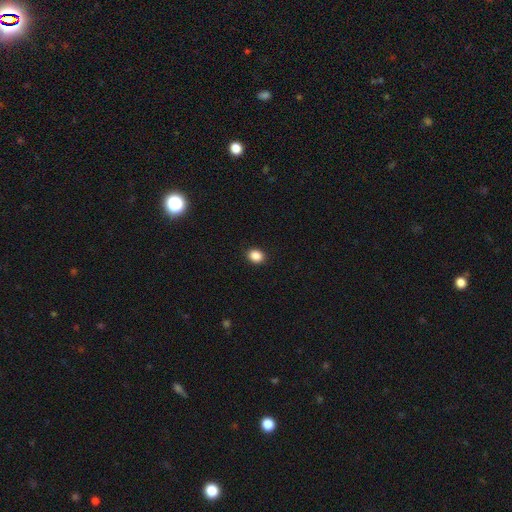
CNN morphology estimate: Smooth or featured? smooth (88%)
How rounded? round (54%)
Merging? none (91%)